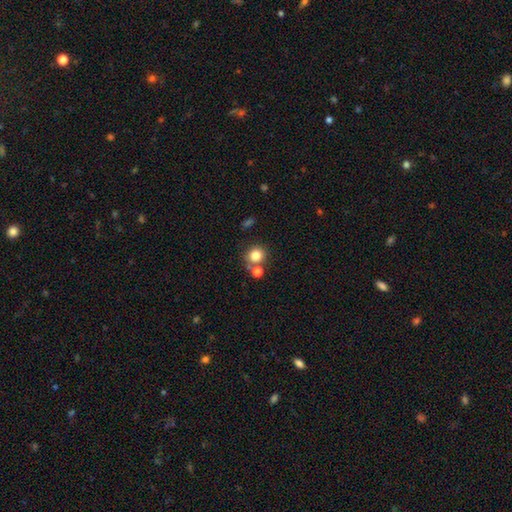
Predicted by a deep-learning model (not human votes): Smooth or featured? Predicted: smooth (p=0.81). How rounded? Predicted: round (p=0.87). Merging? Predicted: none (p=0.68).